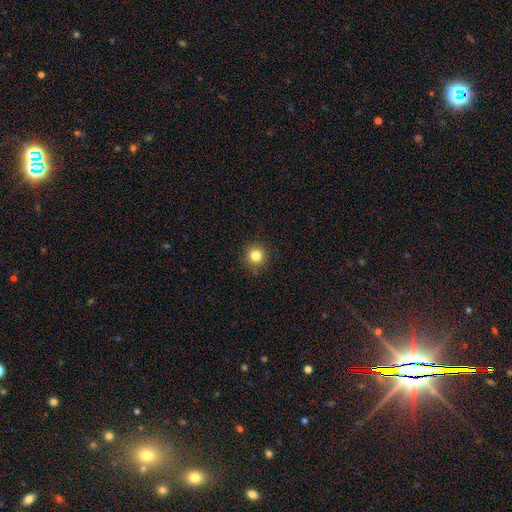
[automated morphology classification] smooth_or_featured: smooth (p=0.82) [alt: star or artifact p=0.12]
how_rounded: round (p=0.95) [alt: in between p=0.04]
merging: none (p=0.90) [alt: minor disturbance p=0.07]